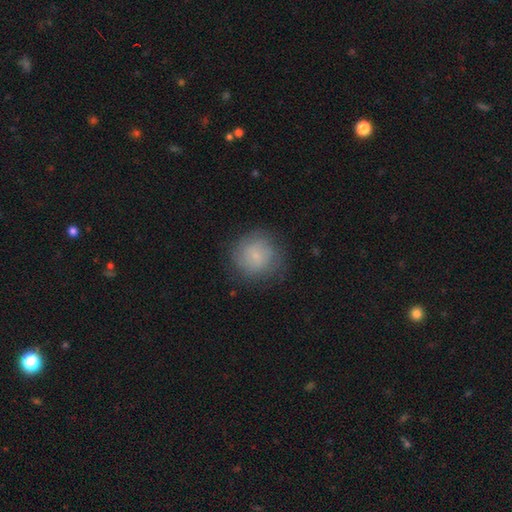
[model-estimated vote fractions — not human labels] Smooth or featured? Predicted: smooth (p=0.70). How rounded? Predicted: round (p=0.91). Merging? Predicted: none (p=0.77).